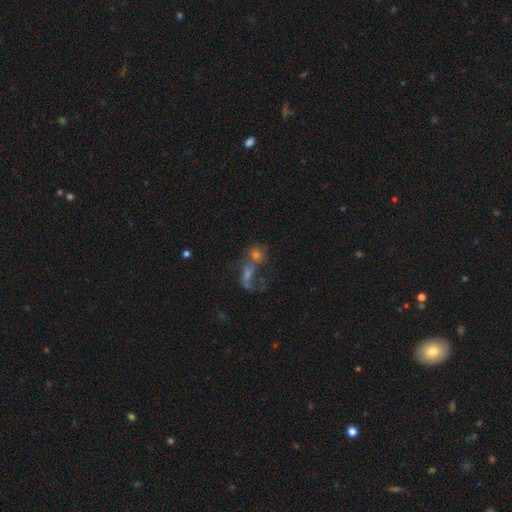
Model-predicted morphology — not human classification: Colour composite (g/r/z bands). It shows a featured or disk galaxy (38%). Merging: merger (54%).